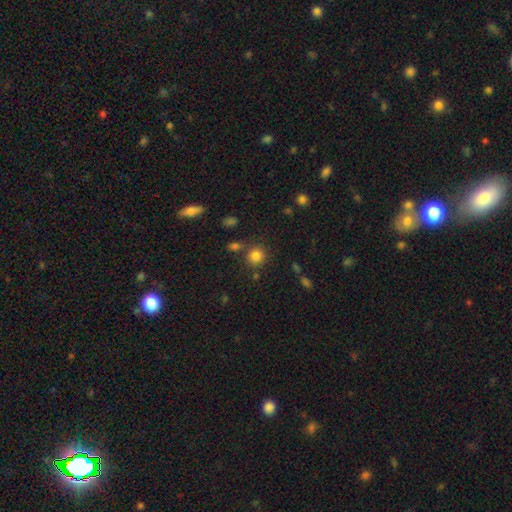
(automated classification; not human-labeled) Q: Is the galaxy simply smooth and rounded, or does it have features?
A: smooth — 82%.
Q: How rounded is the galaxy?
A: round — 88%.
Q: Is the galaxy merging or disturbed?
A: none — 76%.